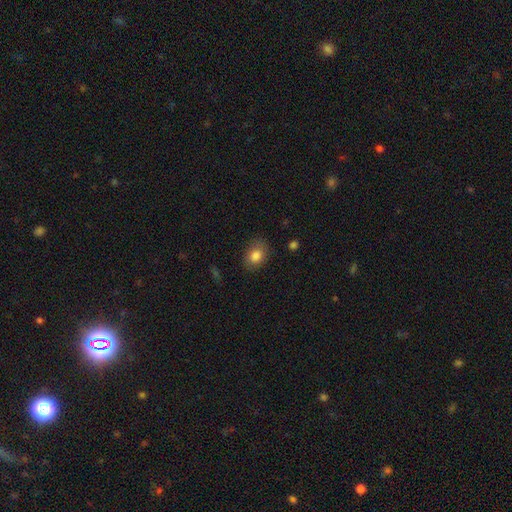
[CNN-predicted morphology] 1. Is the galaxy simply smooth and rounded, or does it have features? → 83% smooth, 9% star or artifact, 8% featured or disk.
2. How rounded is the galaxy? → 68% in between, 31% round, 1% cigar-shaped.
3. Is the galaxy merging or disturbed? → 79% none, 16% minor disturbance, 4% major disturbance, 1% merger.